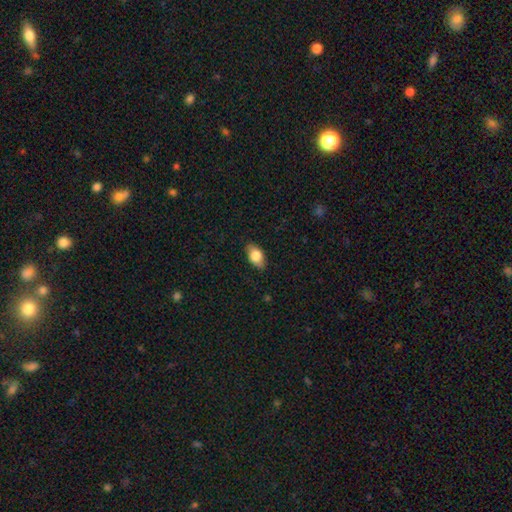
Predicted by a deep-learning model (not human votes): Smooth or featured? smooth (81%)
How rounded? in between (91%)
Merging? none (84%)